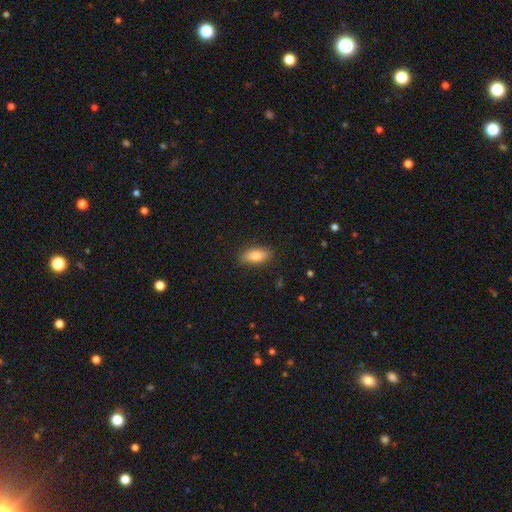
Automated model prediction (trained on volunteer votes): Smooth or featured: smooth — 82% (featured or disk — 11%)
How rounded: in between — 84% (cigar-shaped — 12%)
Merging: none — 83% (minor disturbance — 13%)